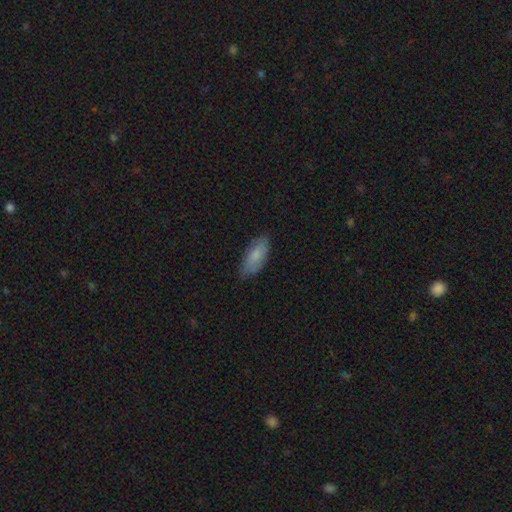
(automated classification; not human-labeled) Overall: smooth (78%). How rounded: in between (83%). Merging: none (79%).